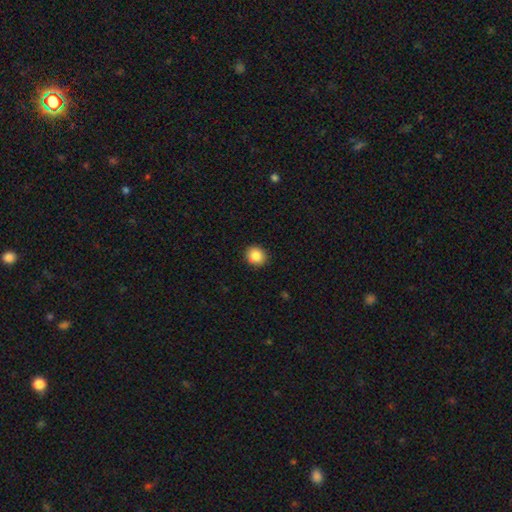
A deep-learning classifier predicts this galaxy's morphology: The model was most divided on "how rounded": round: 76%, in between: 23%, cigar-shaped: 1%. More confident: merging — none (90%); smooth or featured — smooth (86%).